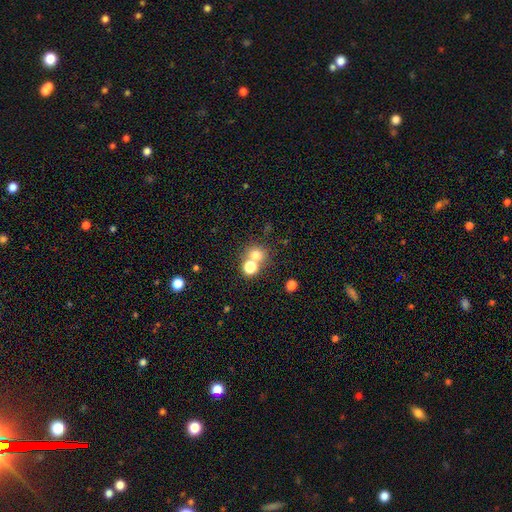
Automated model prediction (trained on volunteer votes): Smooth or featured? Predicted: smooth (p=0.72). How rounded? Predicted: round (p=0.85). Merging? Predicted: none (p=0.56).